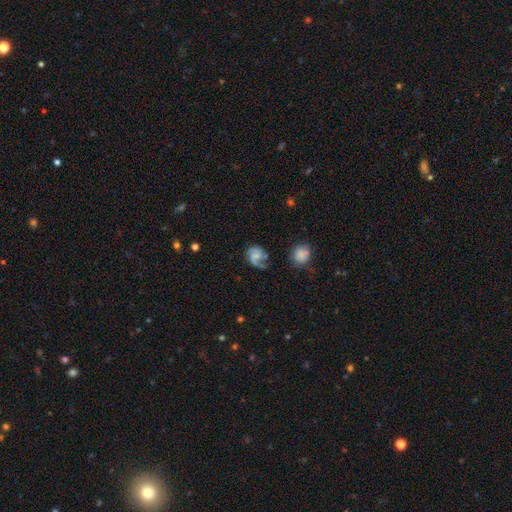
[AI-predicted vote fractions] A featured or disk galaxy (60%) with no bar (61%), 2 (48%) medium (42%) spiral arms (87%) and a small central bulge (38%). Merging: none (45%).